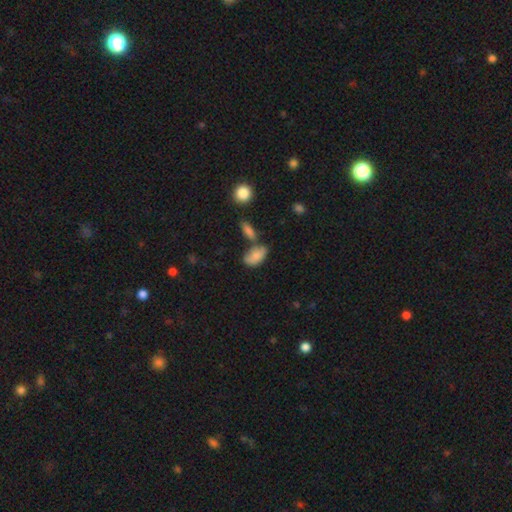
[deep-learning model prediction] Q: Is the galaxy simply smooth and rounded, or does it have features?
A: smooth — 82%.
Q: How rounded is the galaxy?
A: in between — 91%.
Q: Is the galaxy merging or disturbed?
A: none — 47%.